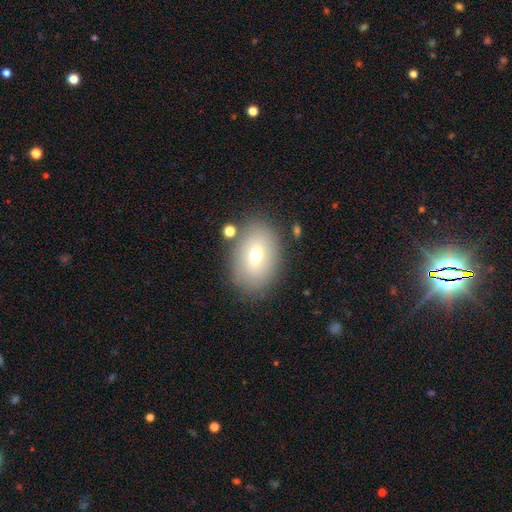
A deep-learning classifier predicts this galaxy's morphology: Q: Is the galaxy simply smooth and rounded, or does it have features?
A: smooth — 67%.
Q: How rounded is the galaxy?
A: in between — 75%.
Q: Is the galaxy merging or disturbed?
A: none — 81%.